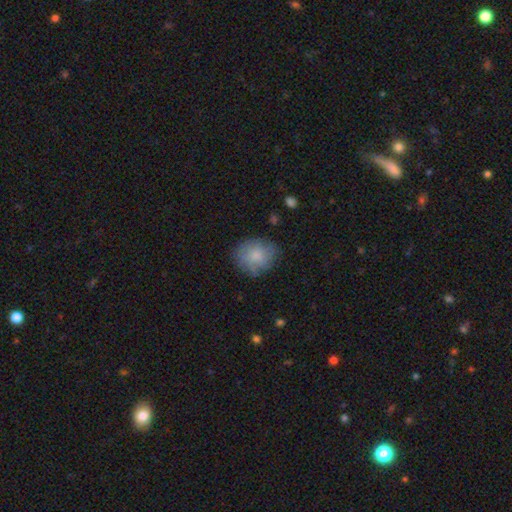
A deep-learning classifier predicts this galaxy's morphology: Smooth or featured? smooth (73%)
How rounded? round (68%)
Merging? none (72%)